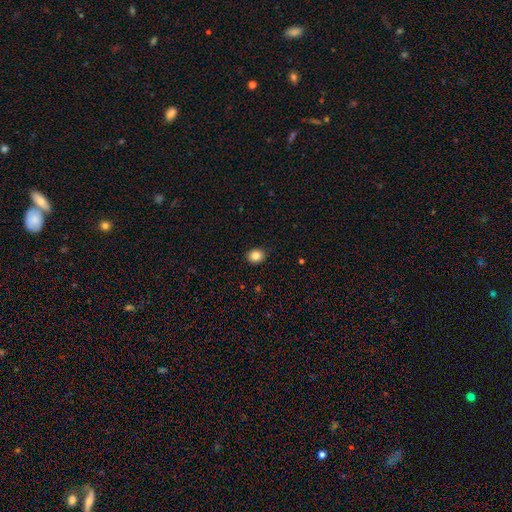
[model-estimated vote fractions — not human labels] Overall: smooth (85%). How rounded: round (61%; in between 38%). Merging: none (89%).